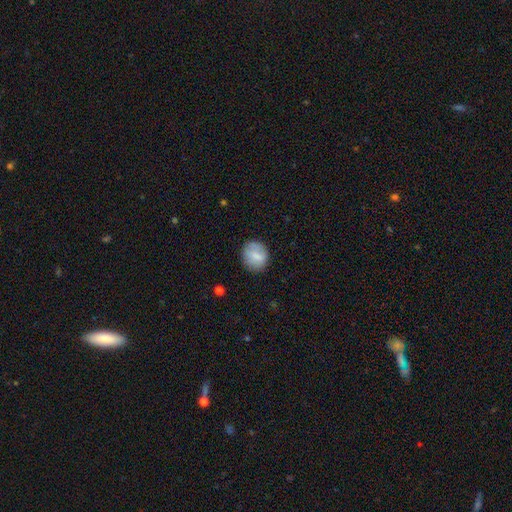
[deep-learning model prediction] A smooth galaxy with no disk features (76%) that is round (78%). Merging: none (81%).